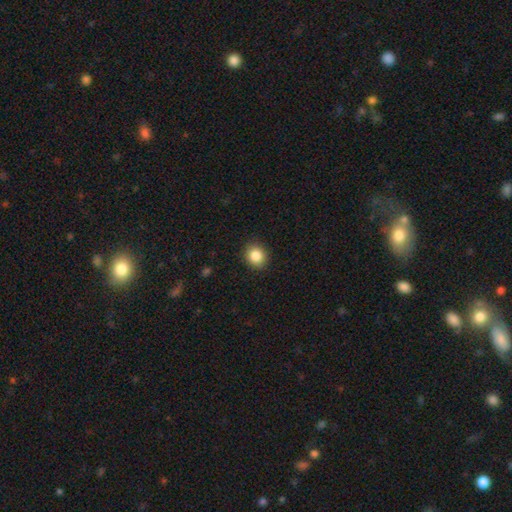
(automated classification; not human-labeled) This appears to be a smooth galaxy with no disk features (87%) that is round (76%). Merging: none (89%).